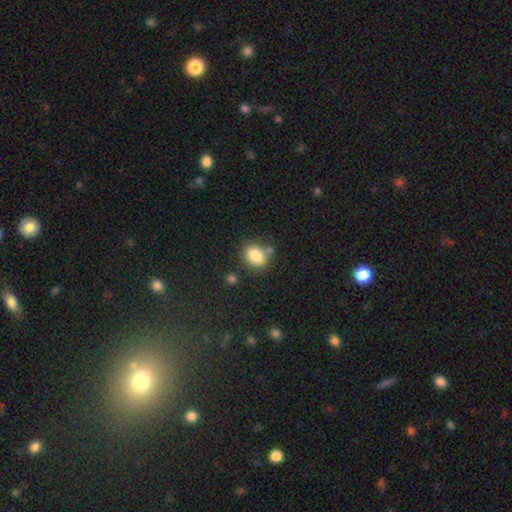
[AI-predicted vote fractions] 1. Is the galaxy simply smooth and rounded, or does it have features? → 84% smooth, 9% star or artifact, 7% featured or disk.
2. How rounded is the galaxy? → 60% in between, 39% round, 1% cigar-shaped.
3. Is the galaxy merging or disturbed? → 67% none, 15% minor disturbance, 13% merger, 4% major disturbance.